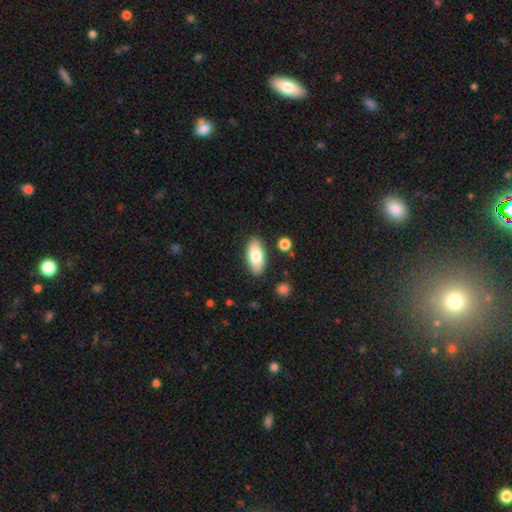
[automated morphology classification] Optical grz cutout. It shows a smooth galaxy with no disk features (77%) that is in between round and cigar-shaped (90%). Merging: none (87%).